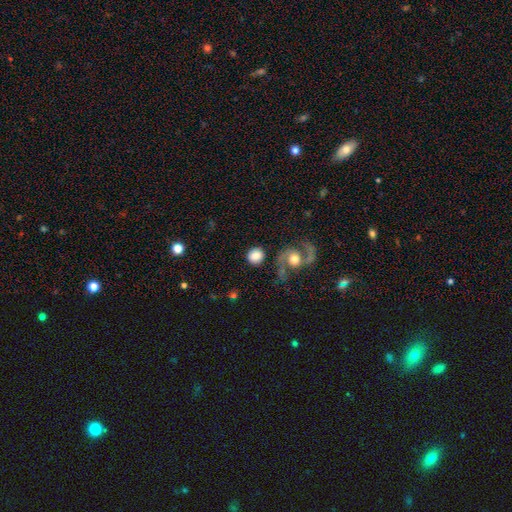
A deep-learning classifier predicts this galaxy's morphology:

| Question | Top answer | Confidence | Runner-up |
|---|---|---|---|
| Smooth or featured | smooth | 75% | featured or disk (17%) |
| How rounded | round | 83% | in between (15%) |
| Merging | none | 75% | minor disturbance (11%) |